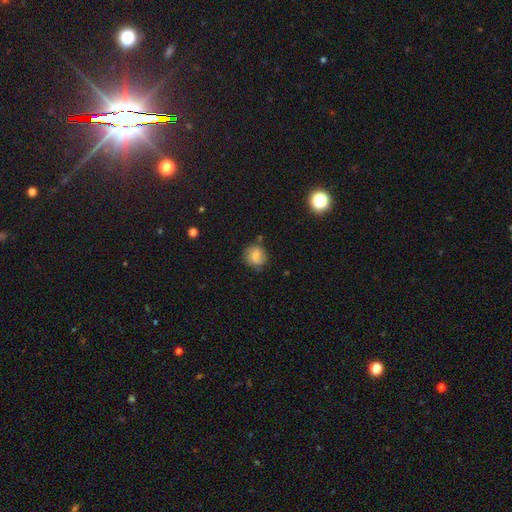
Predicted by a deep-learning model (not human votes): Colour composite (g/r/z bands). It shows a smooth galaxy with no disk features (71%) that is round (83%). Merging: none (74%).